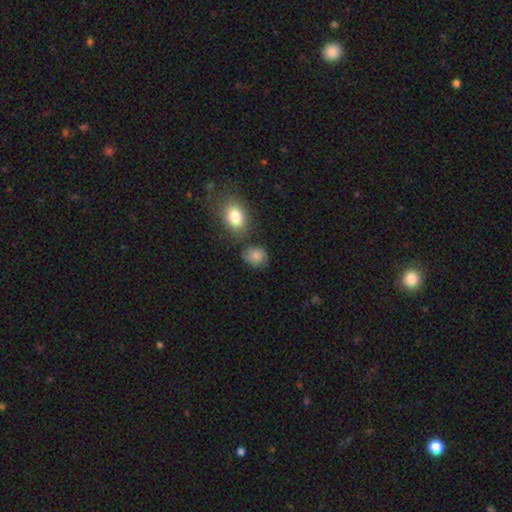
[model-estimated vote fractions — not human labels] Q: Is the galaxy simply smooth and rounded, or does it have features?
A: smooth — 63%.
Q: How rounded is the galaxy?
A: round — 60%.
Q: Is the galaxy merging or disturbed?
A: none — 63%.